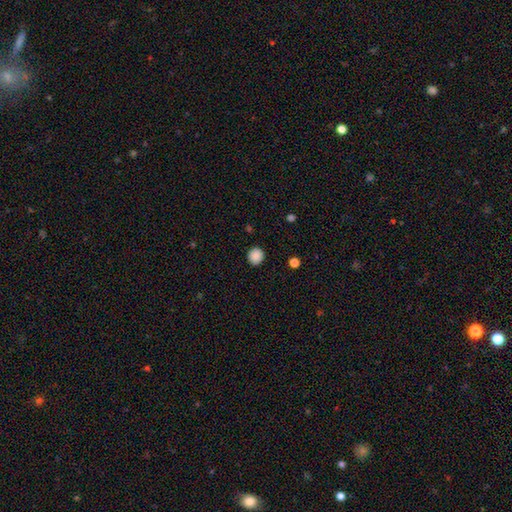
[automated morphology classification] A smooth galaxy with no disk features (88%) that is round (88%).

Vote fractions:
- Smooth or featured? smooth: 88% / star or artifact: 9% / featured or disk: 3%
- How rounded? round: 88% / in between: 11% / cigar-shaped: 1%
- Merging? none: 90% / minor disturbance: 7% / major disturbance: 2% / merger: 1%